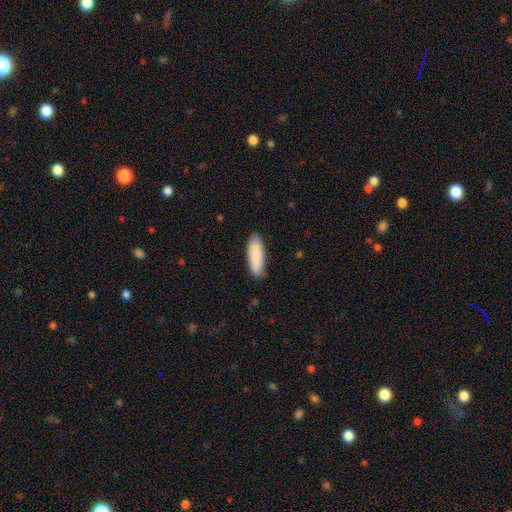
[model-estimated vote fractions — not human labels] Q: Smooth or featured?
A: smooth (85%); runner-up: featured or disk (10%)
Q: How rounded?
A: in between (64%); runner-up: cigar-shaped (35%)
Q: Merging?
A: none (80%); runner-up: minor disturbance (16%)